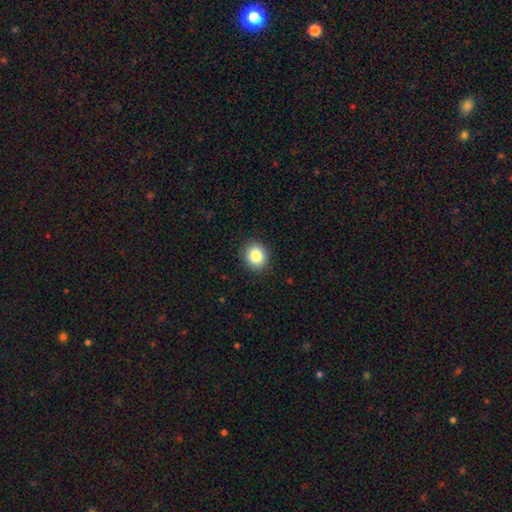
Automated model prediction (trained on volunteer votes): Morphology: type=smooth (85%); roundness=round (70%); merging=none (90%).